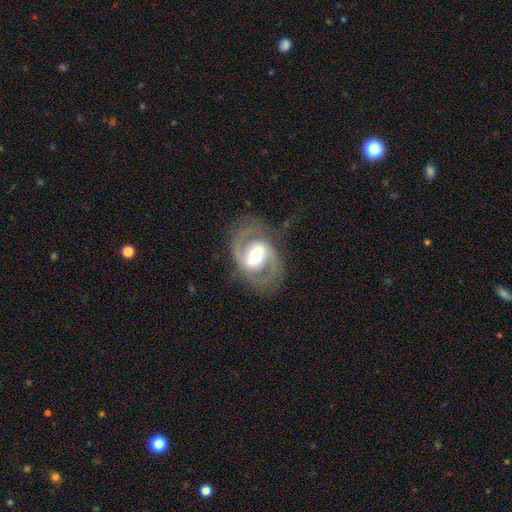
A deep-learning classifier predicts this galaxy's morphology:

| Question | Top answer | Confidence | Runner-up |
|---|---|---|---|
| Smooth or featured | featured or disk | 89% | smooth (7%) |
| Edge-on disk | no | 97% | yes (3%) |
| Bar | weak | 43% | strong (40%) |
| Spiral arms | yes | 96% | no (4%) |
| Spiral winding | medium | 57% | tight (26%) |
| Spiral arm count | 2 | 92% | can't tell (3%) |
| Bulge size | moderate | 64% | large (17%) |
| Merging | none | 75% | minor disturbance (15%) |